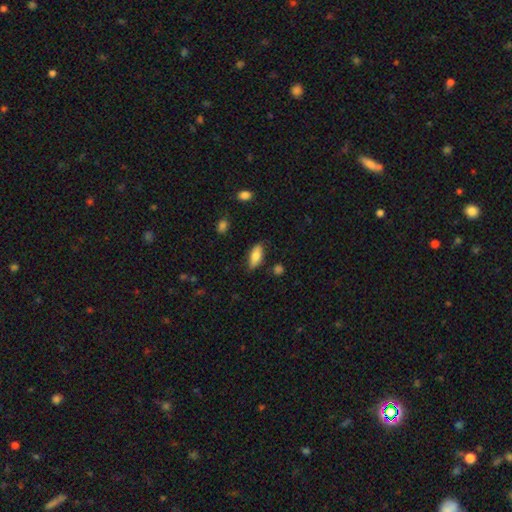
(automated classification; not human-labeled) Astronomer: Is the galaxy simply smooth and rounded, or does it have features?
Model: smooth — 79%.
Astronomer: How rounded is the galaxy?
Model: in between — 82%.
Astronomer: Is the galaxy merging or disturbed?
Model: none — 81%.